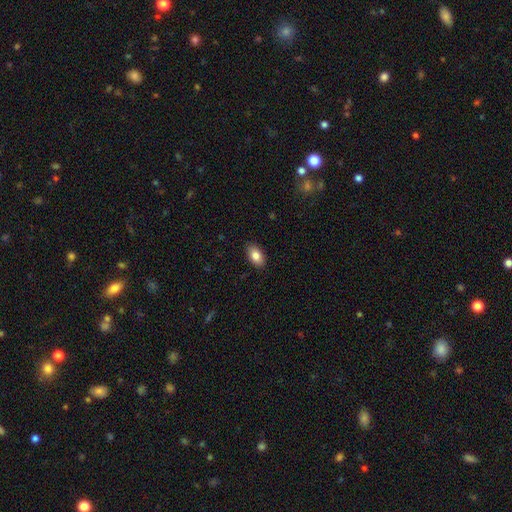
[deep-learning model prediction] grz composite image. It shows a smooth galaxy with no disk features (84%) that is in between round and cigar-shaped (92%). Merging: none (89%).